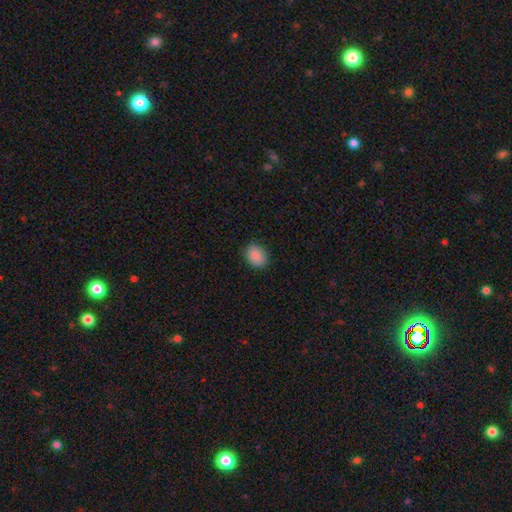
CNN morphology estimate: A smooth galaxy with no disk features (88%) that is in between round and cigar-shaped (68%).

Vote fractions:
- Smooth or featured? smooth: 88% / star or artifact: 8% / featured or disk: 4%
- How rounded? in between: 68% / round: 31% / cigar-shaped: 1%
- Merging? none: 86% / minor disturbance: 11% / major disturbance: 3% / merger: 1%